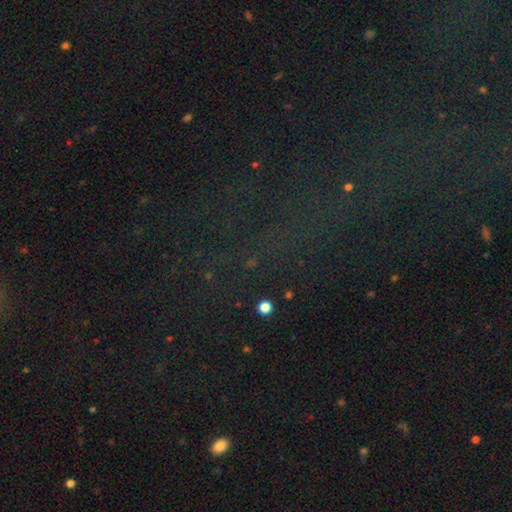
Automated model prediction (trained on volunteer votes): smooth-or-featured: star or artifact: 74% | smooth: 15% | featured or disk: 11%